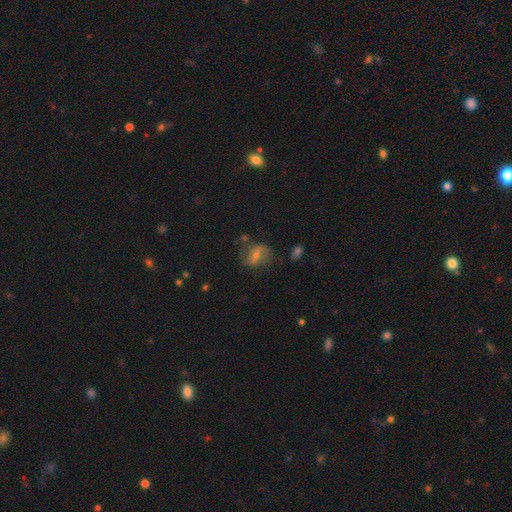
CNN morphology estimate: Overall: featured or disk (57%; smooth 29%). Edge-on disk: no (95%). Bar: weak (45%; no 28%). Spiral arms: yes (79%). Bulge size: small (51%; moderate 38%). Merging: none (66%).